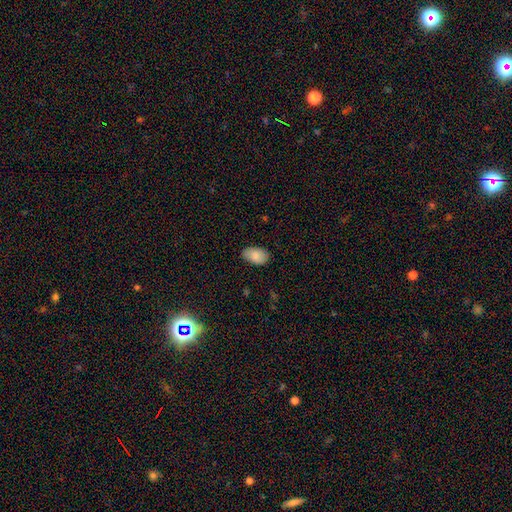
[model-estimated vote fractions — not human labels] A smooth galaxy with no disk features (85%) that is in between round and cigar-shaped (92%). Merging: none (78%).